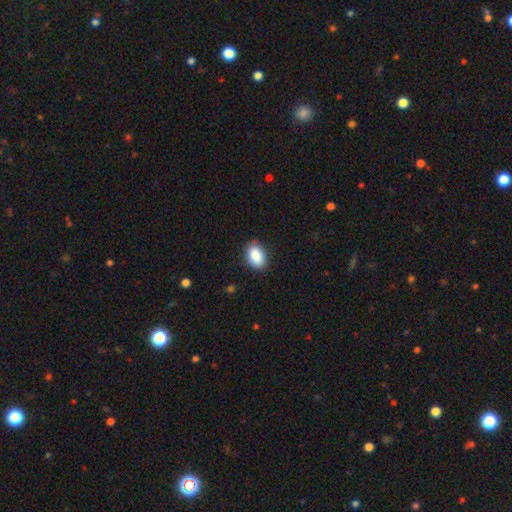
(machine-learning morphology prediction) Smooth or featured: smooth — 90% (star or artifact — 7%)
How rounded: in between — 88% (round — 11%)
Merging: none — 85% (minor disturbance — 11%)